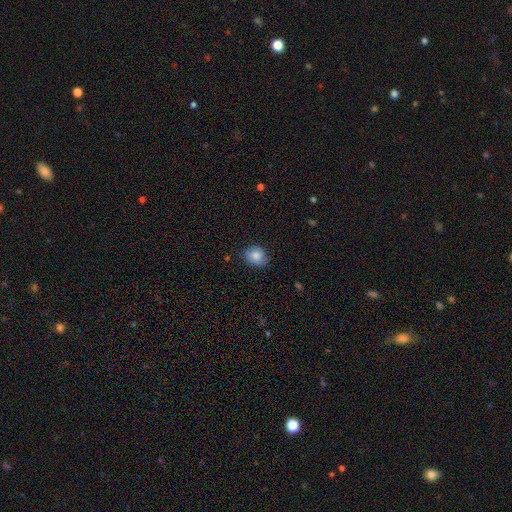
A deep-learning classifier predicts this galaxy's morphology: Q: Smooth or featured?
A: smooth (86%); runner-up: star or artifact (8%)
Q: How rounded?
A: round (63%); runner-up: in between (36%)
Q: Merging?
A: none (78%); runner-up: minor disturbance (18%)